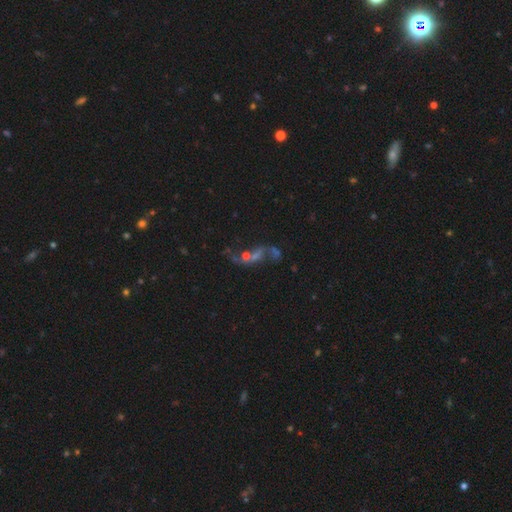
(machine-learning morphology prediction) smooth_or_featured: featured or disk (p=0.55) [alt: star or artifact p=0.24]
disk_edge_on: no (p=0.89) [alt: yes p=0.11]
merging: merger (p=0.34) [alt: none p=0.32]